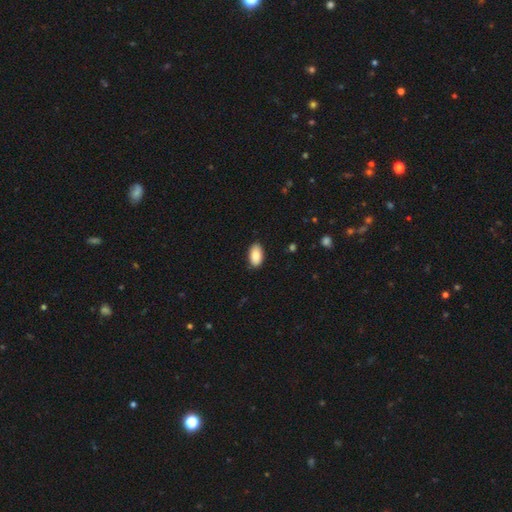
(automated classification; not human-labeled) smooth_or_featured: smooth (p=0.89) [alt: star or artifact p=0.07]
how_rounded: in between (p=0.94) [alt: round p=0.04]
merging: none (p=0.86) [alt: minor disturbance p=0.10]